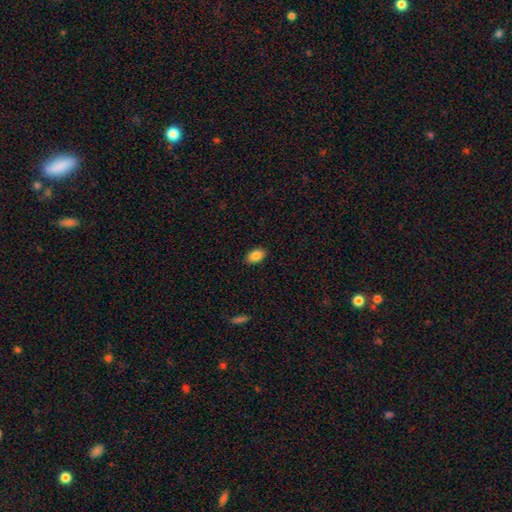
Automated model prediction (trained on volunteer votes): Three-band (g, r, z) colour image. It shows a smooth galaxy with no disk features (86%) that is in between round and cigar-shaped (90%). Merging: none (89%).